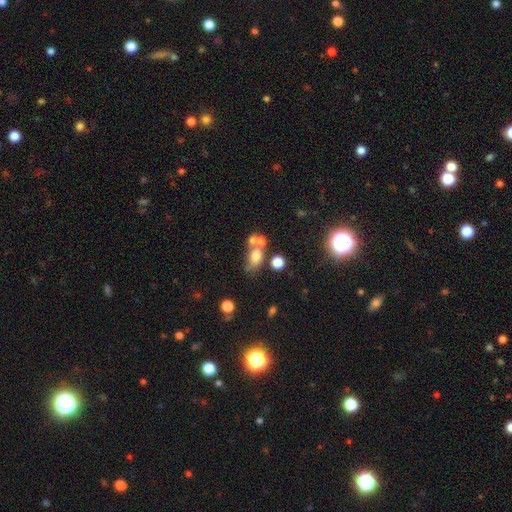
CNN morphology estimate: type=smooth (65%); roundness=in between (61%); merging=merger (42%).